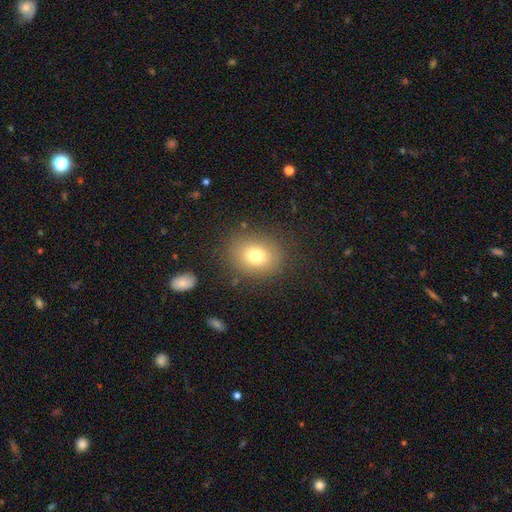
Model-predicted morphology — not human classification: A smooth galaxy with no disk features (75%) that is round (54%).

Vote fractions:
- Smooth or featured? smooth: 75% / featured or disk: 13% / star or artifact: 12%
- How rounded? round: 54% / in between: 45% / cigar-shaped: 1%
- Merging? none: 83% / minor disturbance: 11% / major disturbance: 5% / merger: 2%